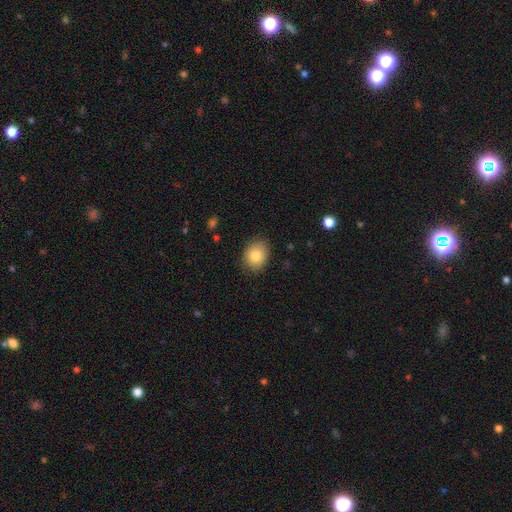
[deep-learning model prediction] smooth-or-featured: smooth: 81% | featured or disk: 10% | star or artifact: 9%
  how-rounded: in between: 51% | round: 48% | cigar-shaped: 1%
  merging: none: 83% | minor disturbance: 13% | major disturbance: 3% | merger: 1%